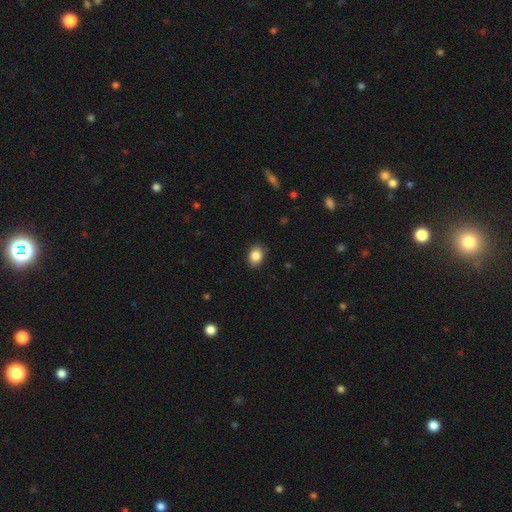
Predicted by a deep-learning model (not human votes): smooth_or_featured: smooth (p=0.87) [alt: star or artifact p=0.08]
how_rounded: in between (p=0.61) [alt: round p=0.38]
merging: none (p=0.87) [alt: minor disturbance p=0.10]